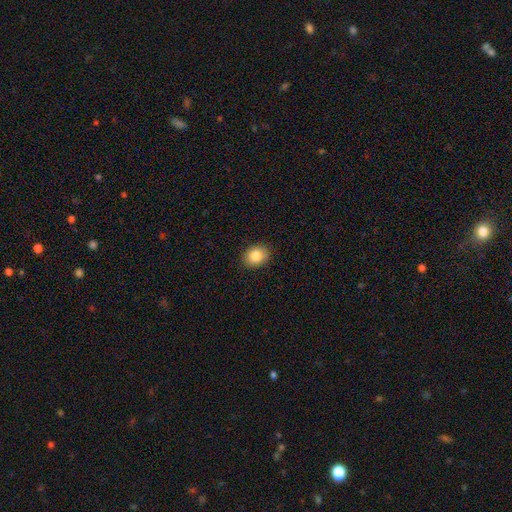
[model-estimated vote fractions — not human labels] Morphology: type=smooth (85%); roundness=in between (52%); merging=none (89%).